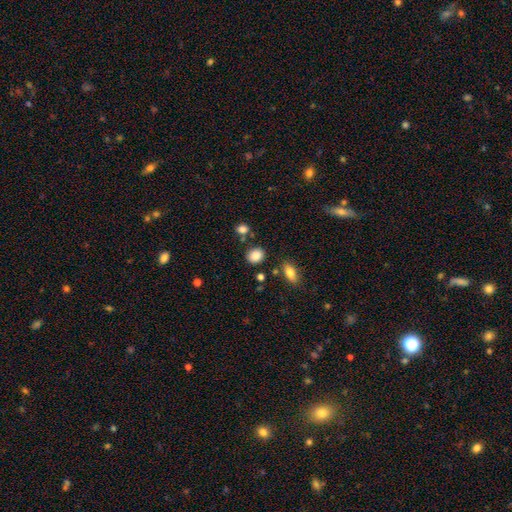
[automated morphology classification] This is clearly a smooth galaxy (86%). How rounded: likely round (64%). Merging: clearly none (82%).